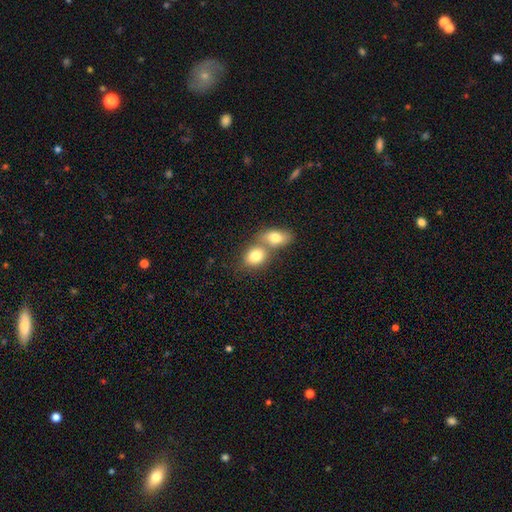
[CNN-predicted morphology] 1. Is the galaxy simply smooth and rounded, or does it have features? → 81% smooth, 12% featured or disk, 8% star or artifact.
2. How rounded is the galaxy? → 60% in between, 38% round, 1% cigar-shaped.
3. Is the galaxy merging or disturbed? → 60% merger, 30% none, 7% minor disturbance, 3% major disturbance.